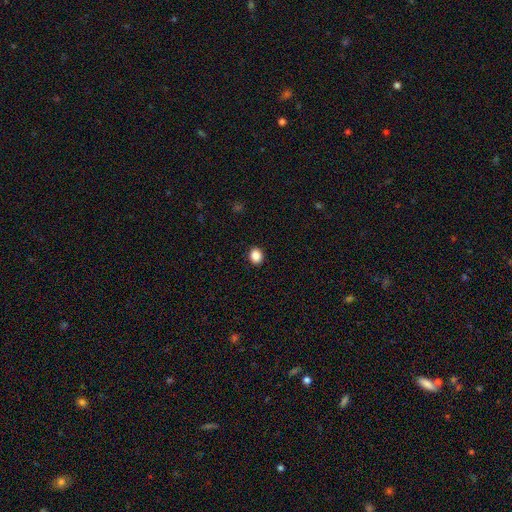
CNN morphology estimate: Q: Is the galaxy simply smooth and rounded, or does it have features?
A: smooth — 87%.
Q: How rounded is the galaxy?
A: round — 73%.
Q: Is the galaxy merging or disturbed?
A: none — 92%.